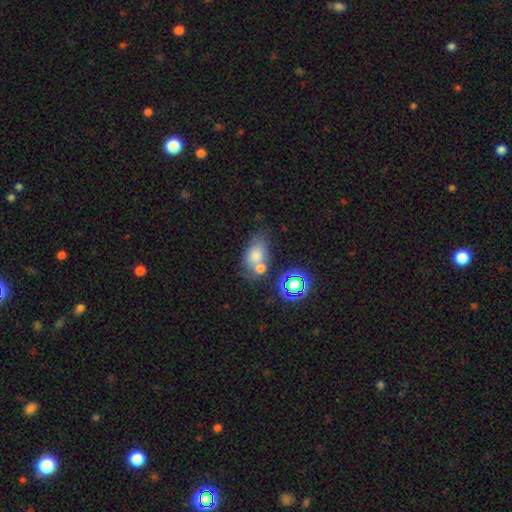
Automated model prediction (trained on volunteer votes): A smooth galaxy with no disk features (68%) that is in between round and cigar-shaped (77%).

Vote fractions:
- Smooth or featured? smooth: 68% / star or artifact: 16% / featured or disk: 16%
- How rounded? in between: 77% / round: 21% / cigar-shaped: 2%
- Merging? none: 45% / merger: 31% / minor disturbance: 17% / major disturbance: 7%